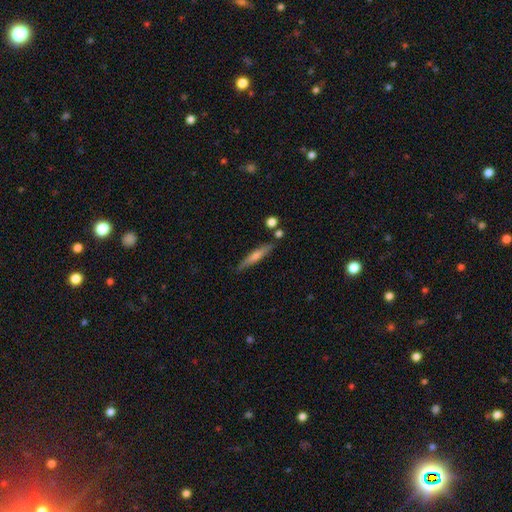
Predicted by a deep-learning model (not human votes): featured or disk 54%, smooth 39%, star or artifact 7%. Down the decision tree: edge-on disk — yes (94%); edge-on bulge — rounded (69%); merging — none (84%).